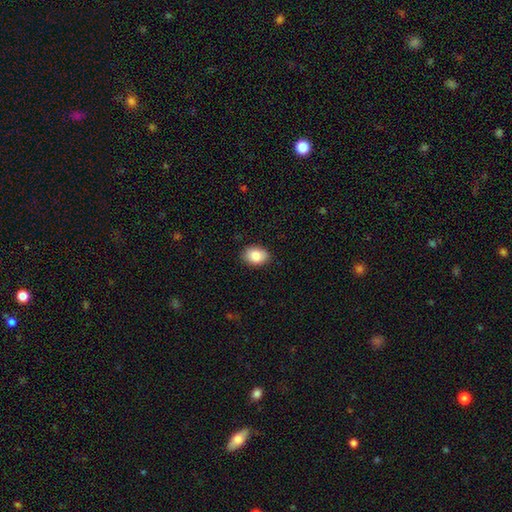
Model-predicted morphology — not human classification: Smooth or featured? Predicted: smooth (p=0.86). How rounded? Predicted: in between (p=0.77). Merging? Predicted: none (p=0.88).